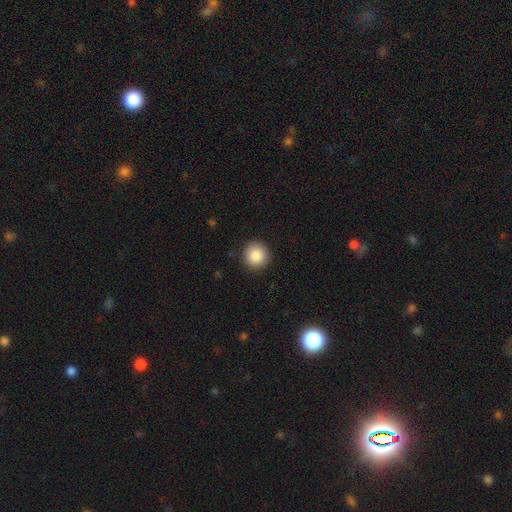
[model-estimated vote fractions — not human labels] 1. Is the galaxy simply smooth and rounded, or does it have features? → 87% smooth, 9% star or artifact, 5% featured or disk.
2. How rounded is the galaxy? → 94% round, 6% in between, 1% cigar-shaped.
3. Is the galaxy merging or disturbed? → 91% none, 6% minor disturbance, 2% major disturbance, 1% merger.